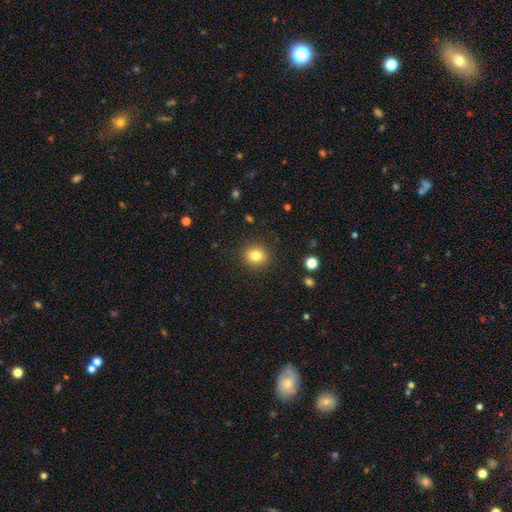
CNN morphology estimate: type=smooth (81%); roundness=round (76%); merging=none (89%).